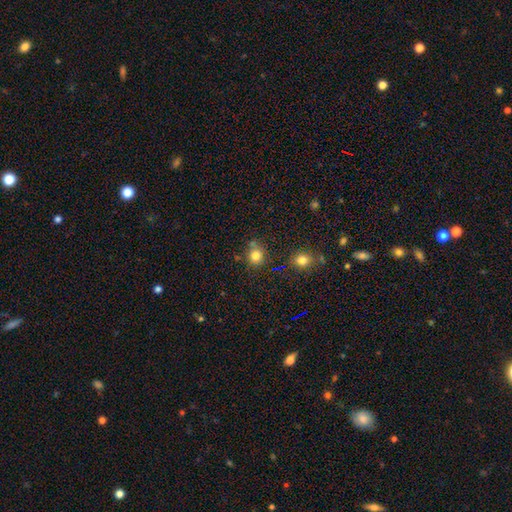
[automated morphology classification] The model was most divided on "merging": none: 72%, minor disturbance: 14%, merger: 10%, major disturbance: 4%. More confident: how rounded — round (84%); smooth or featured — smooth (80%).